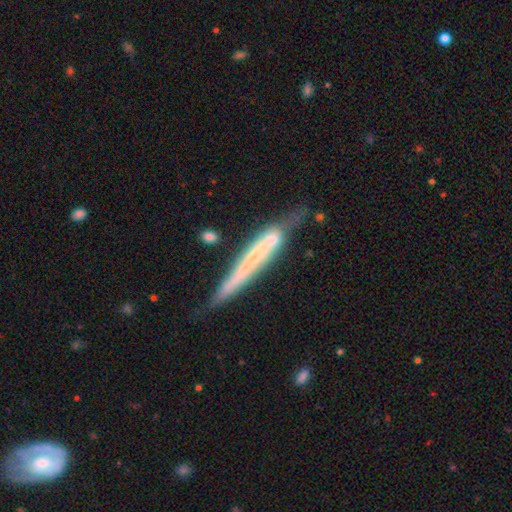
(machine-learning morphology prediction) The model was most divided on "smooth or featured": featured or disk: 59%, smooth: 34%, star or artifact: 7%. More confident: edge-on disk — yes (85%); merging — none (58%).